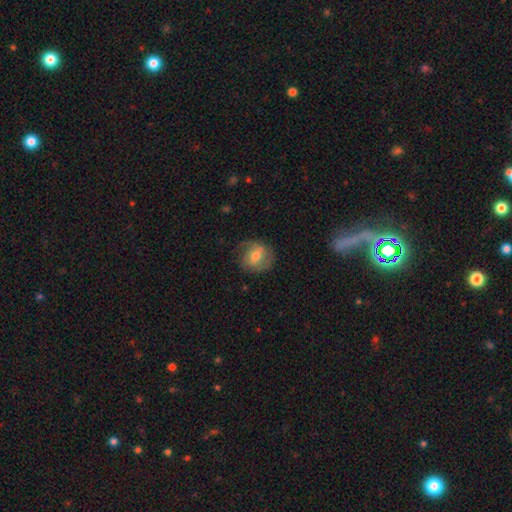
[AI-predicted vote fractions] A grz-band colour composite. It shows a featured or disk galaxy (47%). Merging: none (69%).